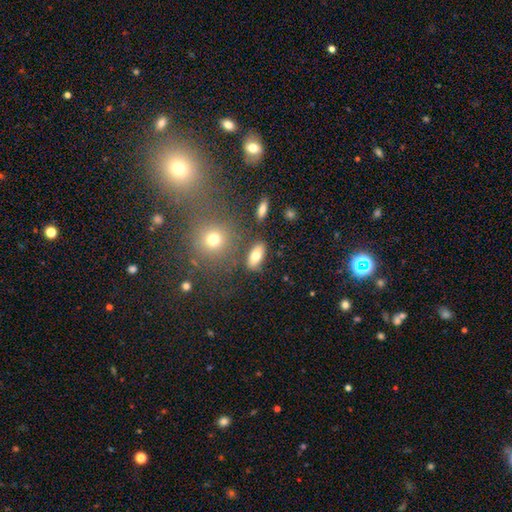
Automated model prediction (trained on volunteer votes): A smooth galaxy with no disk features (73%) that is in between round and cigar-shaped (85%).

Vote fractions:
- Smooth or featured? smooth: 73% / featured or disk: 16% / star or artifact: 10%
- How rounded? in between: 85% / cigar-shaped: 8% / round: 7%
- Merging? none: 79% / minor disturbance: 12% / merger: 5% / major disturbance: 4%